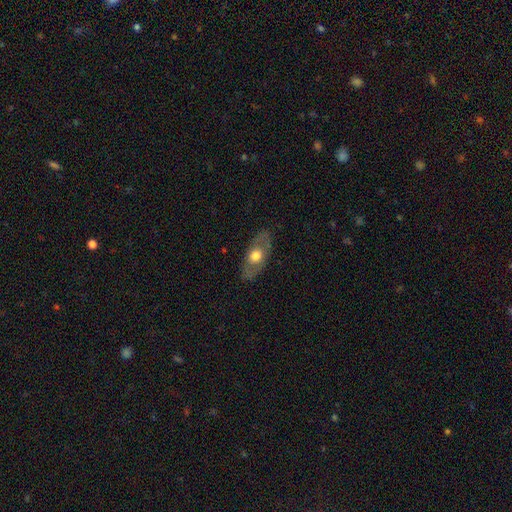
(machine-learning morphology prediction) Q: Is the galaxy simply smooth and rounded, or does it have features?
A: featured or disk — 48%.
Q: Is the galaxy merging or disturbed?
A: none — 81%.